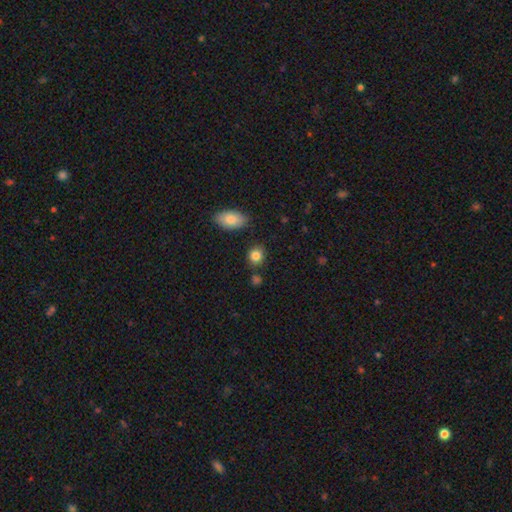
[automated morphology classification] smooth-or-featured: smooth: 85% | star or artifact: 9% | featured or disk: 6%
  how-rounded: round: 69% | in between: 30% | cigar-shaped: 1%
  merging: none: 81% | minor disturbance: 11% | merger: 5% | major disturbance: 3%